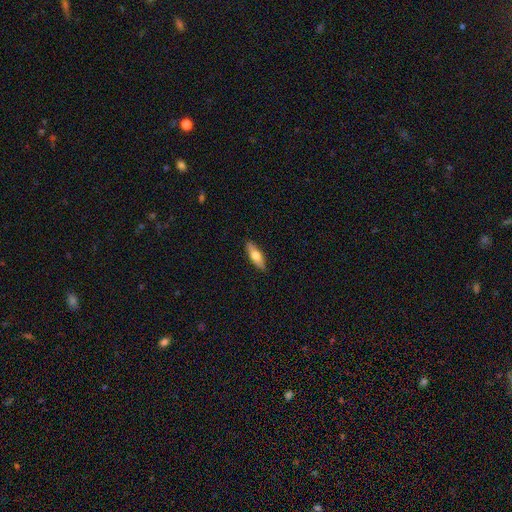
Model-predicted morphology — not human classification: Q: Smooth or featured?
A: smooth (60%); runner-up: featured or disk (34%)
Q: How rounded?
A: cigar-shaped (50%); runner-up: in between (48%)
Q: Merging?
A: none (89%); runner-up: minor disturbance (9%)